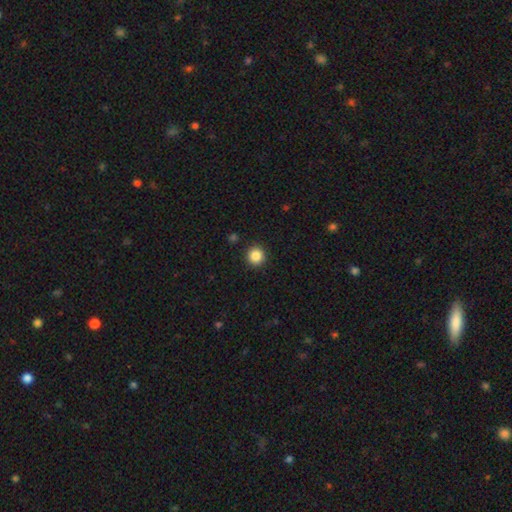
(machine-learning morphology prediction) This is clearly a smooth galaxy (86%). How rounded: clearly round (94%). Merging: clearly none (92%).